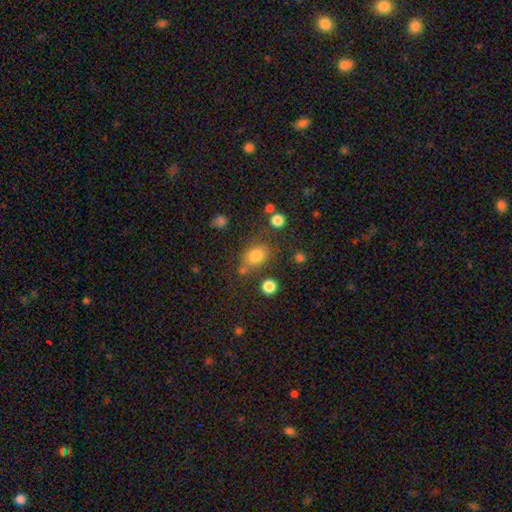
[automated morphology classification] Overall: smooth (79%). How rounded: in between (54%; round 45%). Merging: none (67%).